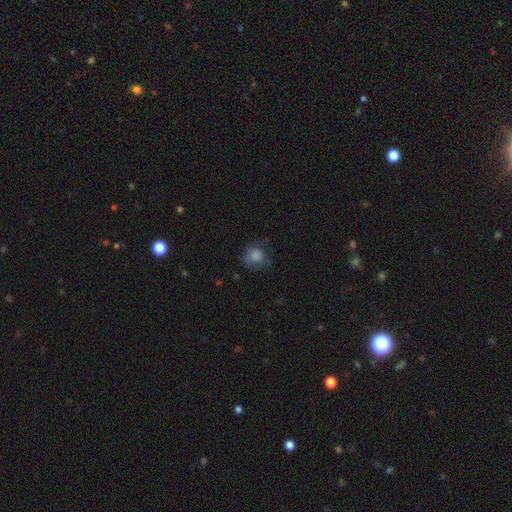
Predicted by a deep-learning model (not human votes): Smooth or featured: smooth — 74% (featured or disk — 14%)
How rounded: round — 82% (in between — 17%)
Merging: none — 65% (minor disturbance — 22%)